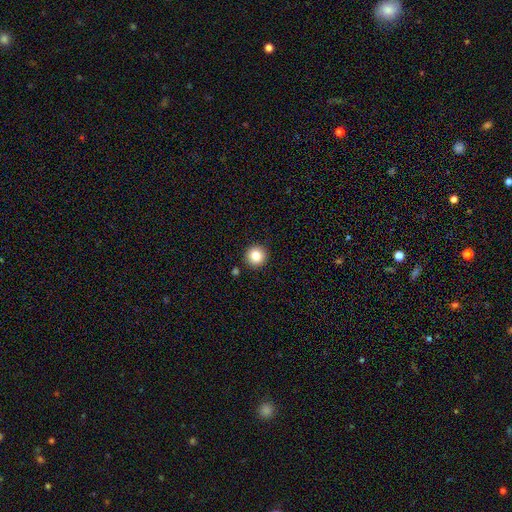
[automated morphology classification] The model was most divided on "smooth or featured": smooth: 83%, star or artifact: 10%, featured or disk: 7%. More confident: how rounded — round (96%); merging — none (92%).